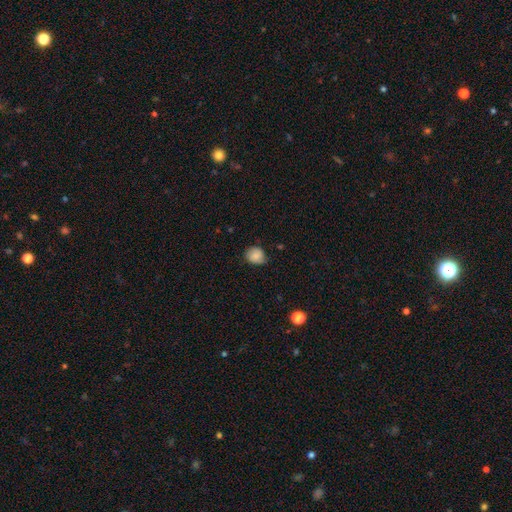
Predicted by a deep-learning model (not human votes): This is clearly a smooth galaxy (80%). How rounded: likely round (72%). Merging: likely none (69%).